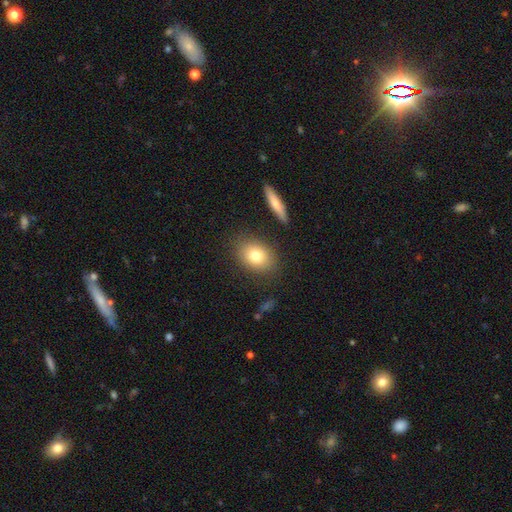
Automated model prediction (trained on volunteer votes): This appears to be a smooth galaxy with no disk features (78%) that is in between round and cigar-shaped (68%). Merging: none (83%).